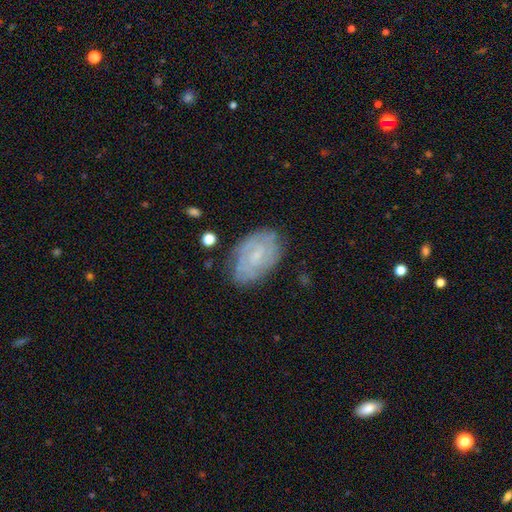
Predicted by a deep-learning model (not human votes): A featured or disk galaxy (61%) with no bar (45%, tied with weak), spiral arms (83%) and a small central bulge (59%).

Vote fractions:
- Smooth or featured? featured or disk: 61% / smooth: 28% / star or artifact: 11%
- Edge-on disk? no: 96% / yes: 4%
- Bar? no: 45% (tied) / weak: 45% (tied) / strong: 10%
- Spiral arms? yes: 83% / no: 17%
- Bulge size? small: 59% / moderate: 22% / none: 16% / large: 2% / dominant: 1%
- Merging? none: 76% / minor disturbance: 17% / major disturbance: 5% / merger: 2%